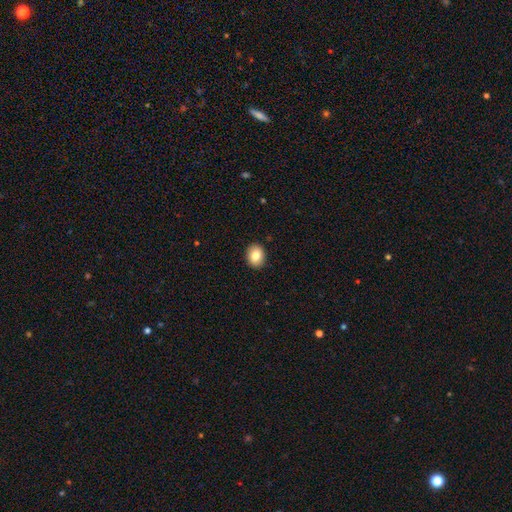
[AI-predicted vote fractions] The model was most divided on "how rounded": round: 53%, in between: 46%, cigar-shaped: 1%. More confident: merging — none (91%); smooth or featured — smooth (82%).